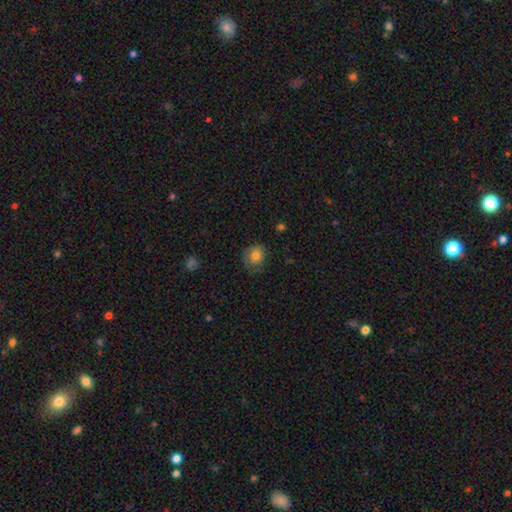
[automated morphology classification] smooth_or_featured: smooth (p=0.79) [alt: featured or disk p=0.11]
how_rounded: round (p=0.74) [alt: in between p=0.25]
merging: none (p=0.65) [alt: minor disturbance p=0.26]